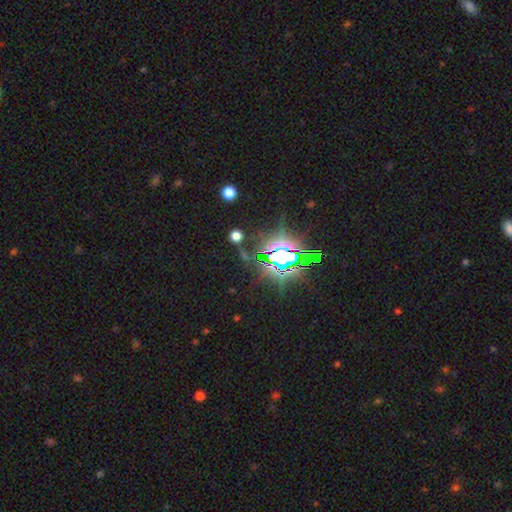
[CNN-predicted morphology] This appears to be a star or artifact, not a galaxy (85%).